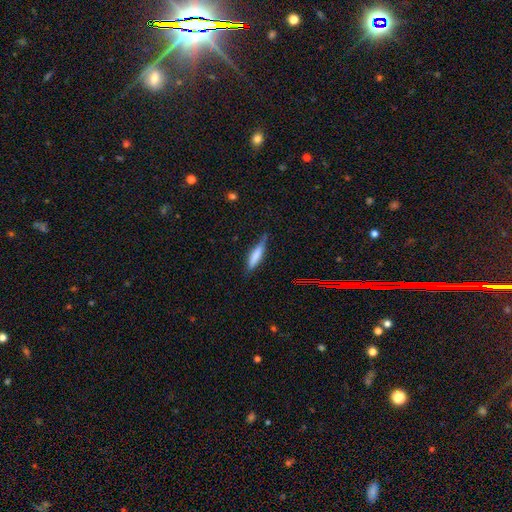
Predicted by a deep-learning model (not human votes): Smooth or featured? Predicted: smooth (p=0.65). How rounded? Predicted: cigar-shaped (p=0.78). Merging? Predicted: none (p=0.73).